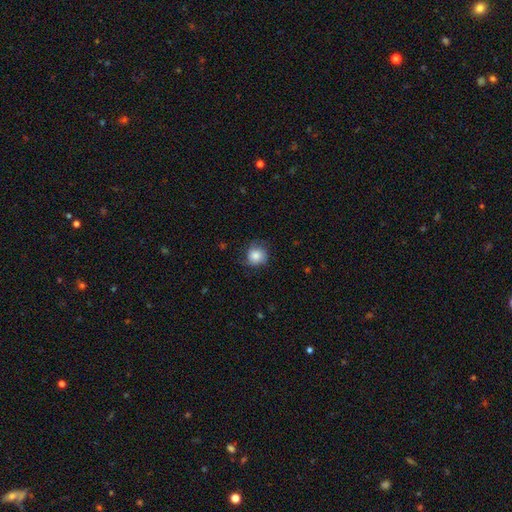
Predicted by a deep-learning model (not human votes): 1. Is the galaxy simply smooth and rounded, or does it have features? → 81% smooth, 11% featured or disk, 8% star or artifact.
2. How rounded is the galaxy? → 87% round, 12% in between, 1% cigar-shaped.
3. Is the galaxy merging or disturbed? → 67% none, 24% minor disturbance, 8% major disturbance, 1% merger.